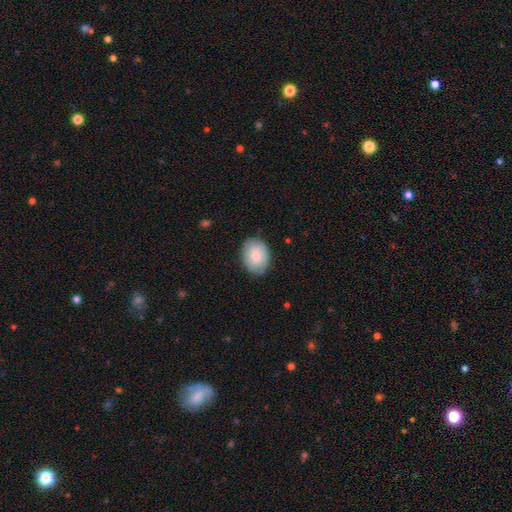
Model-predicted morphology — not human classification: A smooth galaxy with no disk features (75%) that is in between round and cigar-shaped (69%). Merging: none (81%).